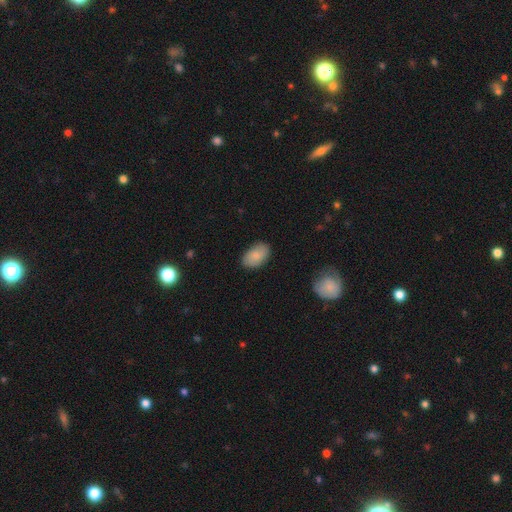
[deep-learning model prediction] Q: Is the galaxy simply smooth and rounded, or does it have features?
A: smooth — 83%.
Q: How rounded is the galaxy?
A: in between — 92%.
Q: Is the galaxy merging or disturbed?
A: none — 85%.